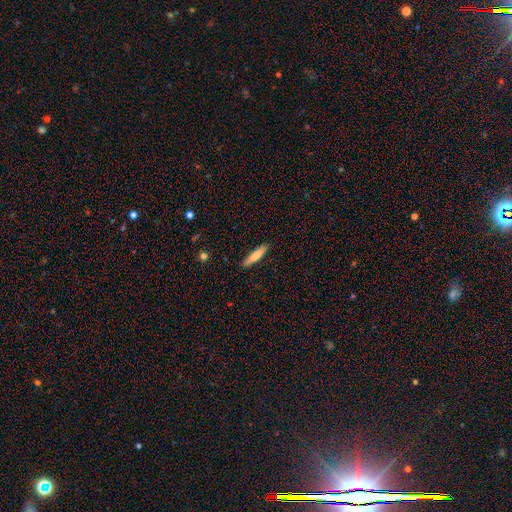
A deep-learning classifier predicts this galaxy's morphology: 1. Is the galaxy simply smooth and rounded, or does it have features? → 68% smooth, 27% featured or disk, 6% star or artifact.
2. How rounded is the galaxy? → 87% cigar-shaped, 11% in between, 1% round.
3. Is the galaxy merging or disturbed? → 89% none, 8% minor disturbance, 2% major disturbance, 1% merger.